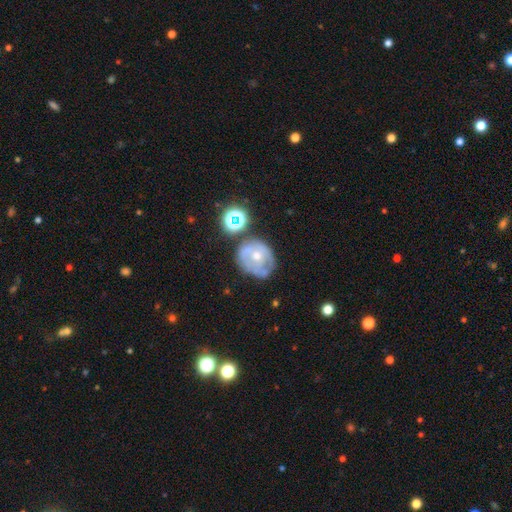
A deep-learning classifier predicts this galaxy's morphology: Q: Smooth or featured?
A: featured or disk (59%); runner-up: smooth (30%)
Q: Edge-on disk?
A: no (97%); runner-up: yes (3%)
Q: Bar?
A: no (83%); runner-up: weak (14%)
Q: Spiral arms?
A: no (51%); runner-up: yes (49%)
Q: Bulge size?
A: moderate (48%); runner-up: small (47%)
Q: Merging?
A: none (51%); runner-up: minor disturbance (26%)